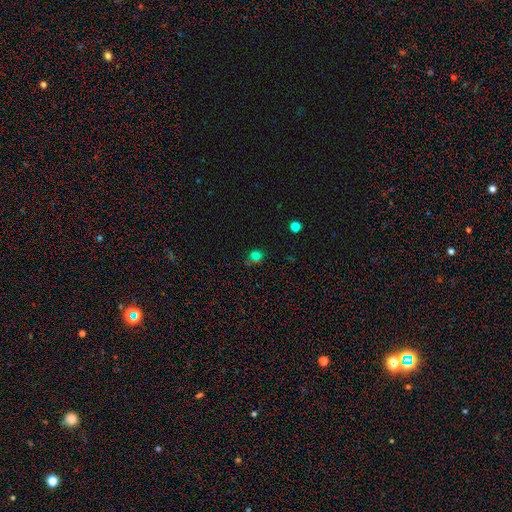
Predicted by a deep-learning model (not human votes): smooth-or-featured: smooth: 73% | star or artifact: 20% | featured or disk: 8%
  how-rounded: round: 78% | in between: 21% | cigar-shaped: 1%
  merging: none: 64% | minor disturbance: 17% | merger: 14% | major disturbance: 6%